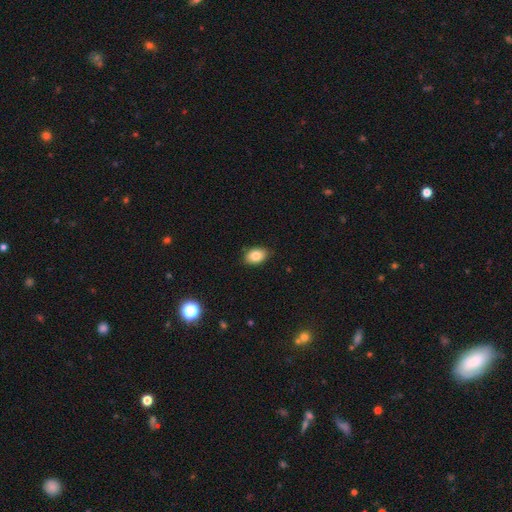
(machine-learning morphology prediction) This appears to be a smooth galaxy with no disk features (83%) that is in between round and cigar-shaped (85%). Merging: none (86%).